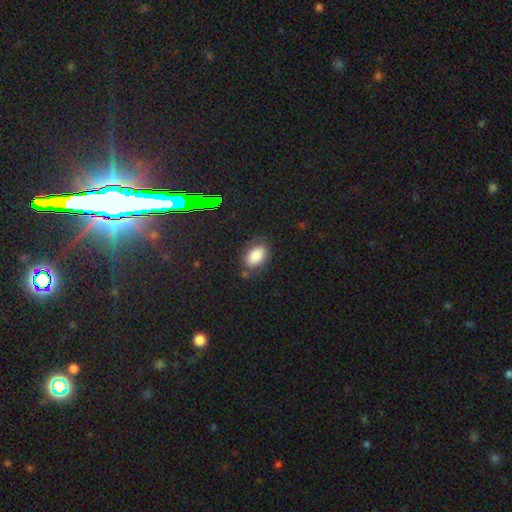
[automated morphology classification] Q: Smooth or featured?
A: smooth (81%); runner-up: star or artifact (10%)
Q: How rounded?
A: in between (88%); runner-up: round (10%)
Q: Merging?
A: none (73%); runner-up: minor disturbance (18%)